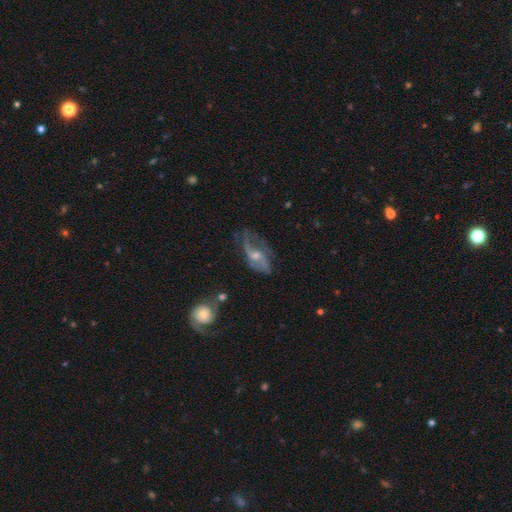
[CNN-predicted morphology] Smooth or featured? Predicted: featured or disk (p=0.78). Edge-on disk? Predicted: no (p=0.93). Bar? Predicted: no (p=0.47). Spiral arms? Predicted: yes (p=0.88). Spiral winding? Predicted: loose (p=0.51). Spiral arm count? Predicted: 2 (p=0.73). Bulge size? Predicted: moderate (p=0.53). Merging? Predicted: none (p=0.51).